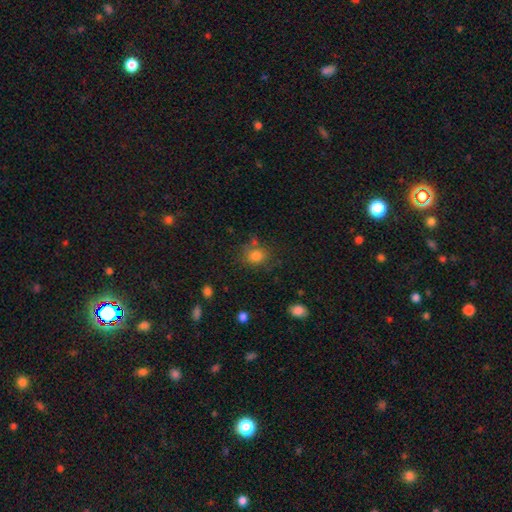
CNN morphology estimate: smooth-or-featured: smooth: 81% | star or artifact: 12% | featured or disk: 8%
  how-rounded: round: 63% | in between: 36% | cigar-shaped: 1%
  merging: none: 67% | minor disturbance: 17% | merger: 9% | major disturbance: 7%